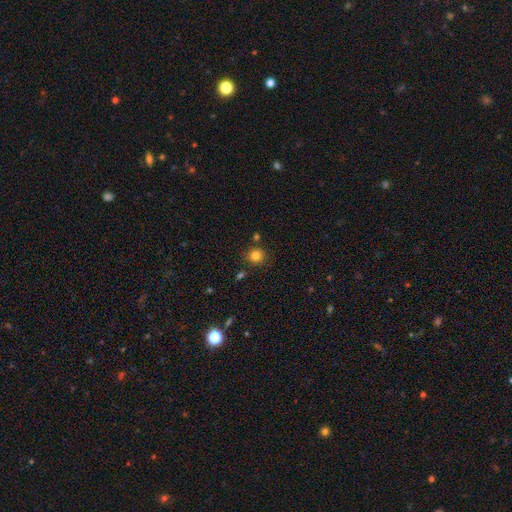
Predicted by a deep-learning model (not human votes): smooth-or-featured: smooth: 81% | star or artifact: 13% | featured or disk: 6%
  how-rounded: round: 87% | in between: 12% | cigar-shaped: 1%
  merging: none: 81% | minor disturbance: 11% | merger: 6% | major disturbance: 3%